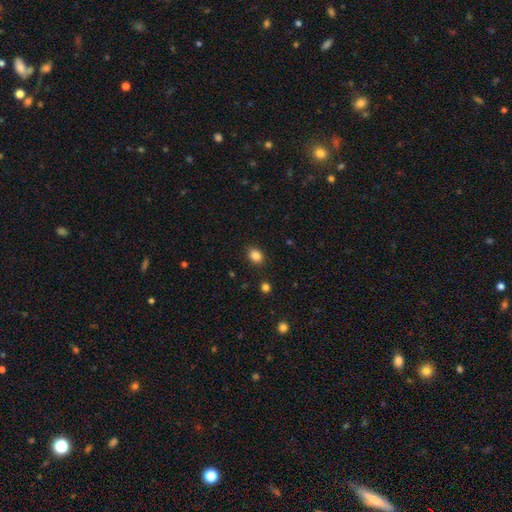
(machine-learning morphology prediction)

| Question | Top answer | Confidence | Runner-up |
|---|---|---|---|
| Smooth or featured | smooth | 86% | star or artifact (10%) |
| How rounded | in between | 60% | round (40%) |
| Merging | none | 87% | minor disturbance (9%) |